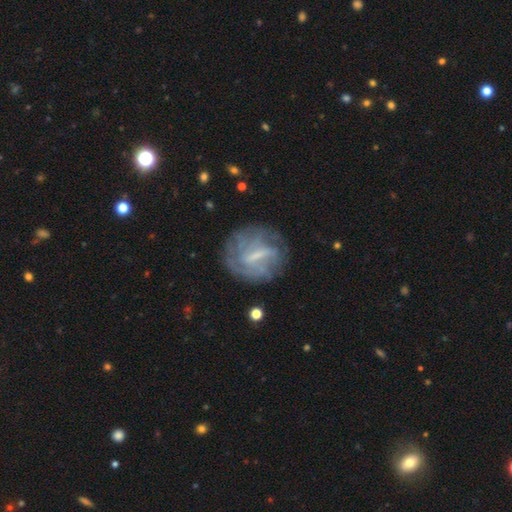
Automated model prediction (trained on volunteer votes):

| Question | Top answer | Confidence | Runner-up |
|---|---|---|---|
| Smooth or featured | featured or disk | 71% | smooth (21%) |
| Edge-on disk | no | 95% | yes (5%) |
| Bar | weak | 46% | strong (38%) |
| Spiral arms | yes | 67% | no (33%) |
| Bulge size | small | 43% | none (31%) |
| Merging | none | 68% | minor disturbance (18%) |